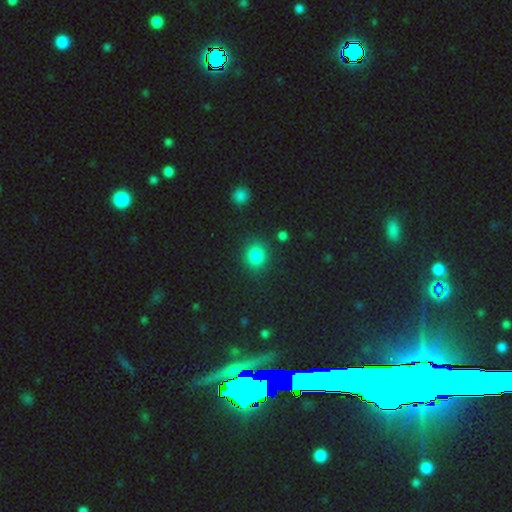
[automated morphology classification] Smooth or featured? Predicted: smooth (p=0.82). How rounded? Predicted: round (p=0.74). Merging? Predicted: none (p=0.85).